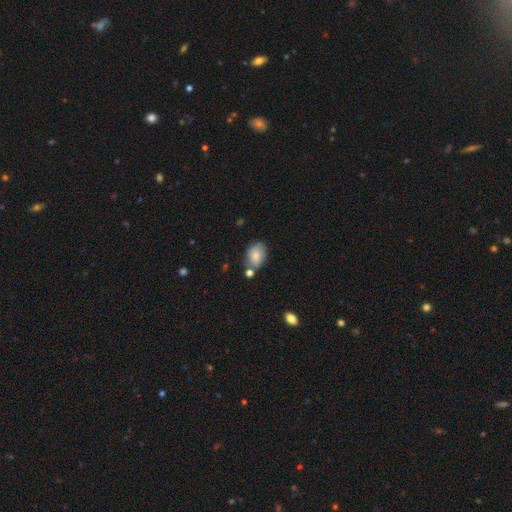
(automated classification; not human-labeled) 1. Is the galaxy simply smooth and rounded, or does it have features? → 76% smooth, 15% featured or disk, 8% star or artifact.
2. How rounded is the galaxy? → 77% in between, 22% round, 1% cigar-shaped.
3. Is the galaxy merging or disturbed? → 64% none, 21% minor disturbance, 11% merger, 5% major disturbance.